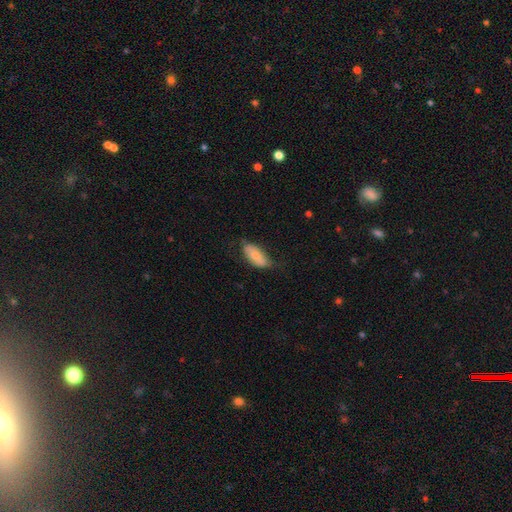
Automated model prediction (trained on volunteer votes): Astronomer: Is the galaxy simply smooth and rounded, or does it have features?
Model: smooth — 71%.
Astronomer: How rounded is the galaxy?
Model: in between — 88%.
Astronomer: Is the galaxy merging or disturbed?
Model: none — 57%.